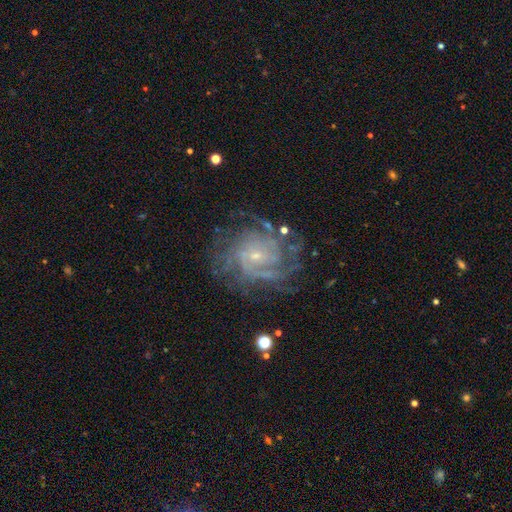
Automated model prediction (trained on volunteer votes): A featured or disk galaxy (84%) with no bar (60%), tight (64%) spiral arms (95%) and a small central bulge (79%). Merging: none (72%).